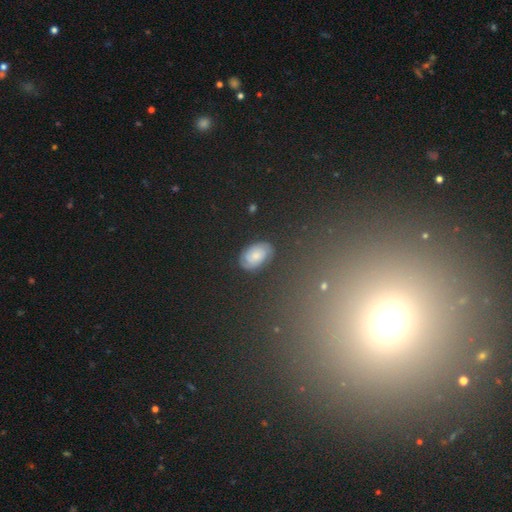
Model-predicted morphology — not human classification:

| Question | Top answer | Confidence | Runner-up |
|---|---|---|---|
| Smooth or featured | featured or disk | 42% | smooth (41%) |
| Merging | none | 81% | minor disturbance (14%) |